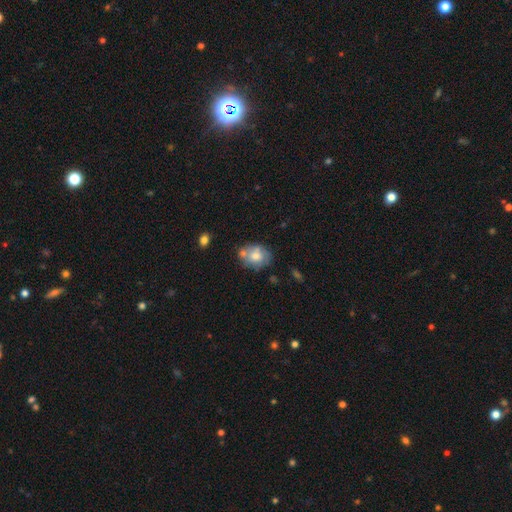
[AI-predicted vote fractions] Overall: smooth (64%; featured or disk 28%). How rounded: in between (59%; round 40%). Merging: none (53%; minor disturbance 21%).